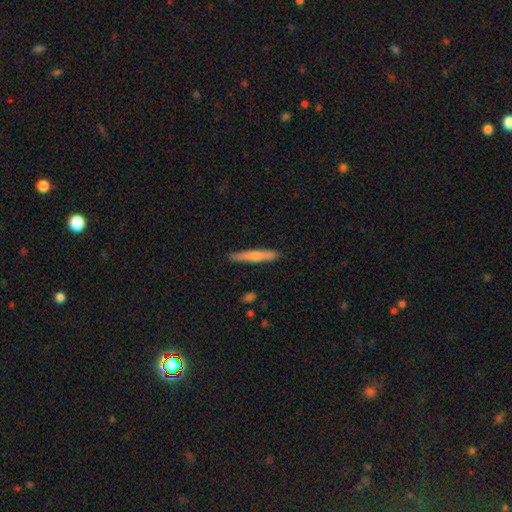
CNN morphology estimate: This is likely a smooth galaxy (62%). How rounded: clearly cigar-shaped (94%). Merging: clearly none (88%).